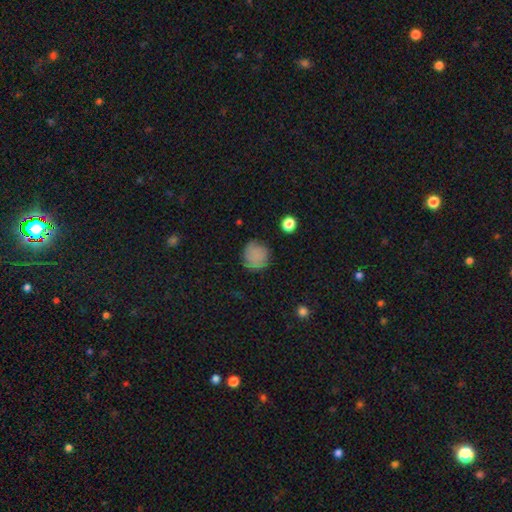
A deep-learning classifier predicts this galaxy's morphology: smooth_or_featured: smooth (p=0.76) [alt: featured or disk p=0.13]
how_rounded: round (p=0.88) [alt: in between p=0.11]
merging: none (p=0.74) [alt: minor disturbance p=0.19]